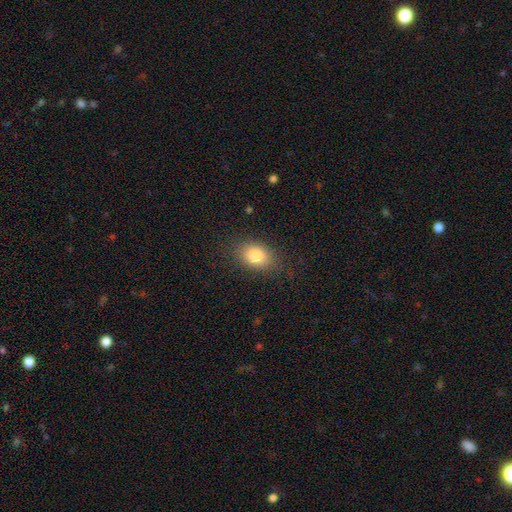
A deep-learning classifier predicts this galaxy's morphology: Smooth or featured?
  - smooth: 83% *
  - star or artifact: 9%
  - featured or disk: 8%
How rounded?
  - in between: 71% *
  - round: 27%
  - cigar-shaped: 1%
Merging?
  - none: 83% *
  - minor disturbance: 12%
  - major disturbance: 4%
  - merger: 1%